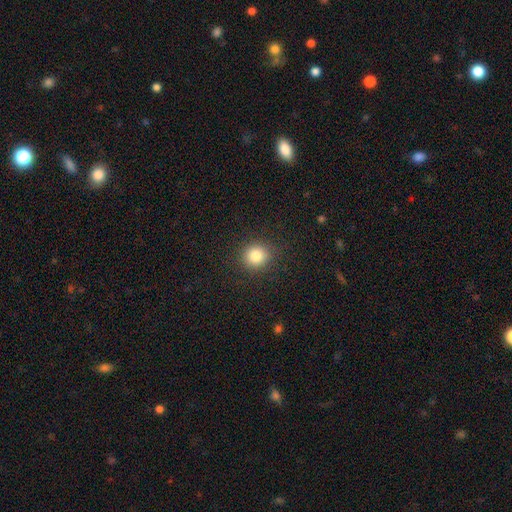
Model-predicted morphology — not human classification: A smooth galaxy with no disk features (83%) that is round (87%).

Vote fractions:
- Smooth or featured? smooth: 83% / star or artifact: 11% / featured or disk: 6%
- How rounded? round: 87% / in between: 12% / cigar-shaped: 1%
- Merging? none: 89% / minor disturbance: 7% / major disturbance: 3% / merger: 1%